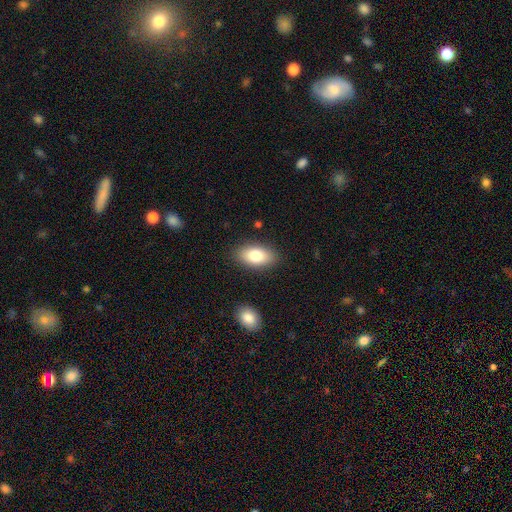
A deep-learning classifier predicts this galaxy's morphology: smooth_or_featured: smooth (p=0.81) [alt: featured or disk p=0.12]
how_rounded: in between (p=0.93) [alt: round p=0.04]
merging: none (p=0.87) [alt: minor disturbance p=0.09]